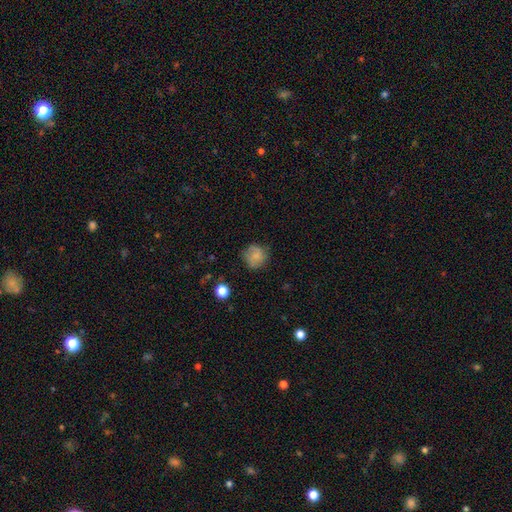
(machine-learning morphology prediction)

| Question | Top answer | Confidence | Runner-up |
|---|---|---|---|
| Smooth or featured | smooth | 74% | featured or disk (16%) |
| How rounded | round | 86% | in between (13%) |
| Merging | none | 67% | minor disturbance (23%) |